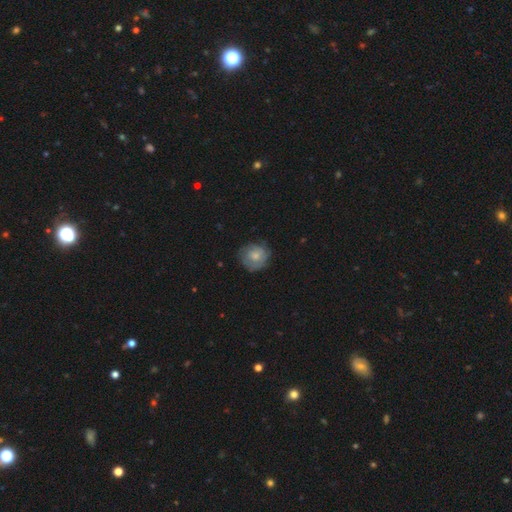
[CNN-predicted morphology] Smooth or featured?
  - smooth: 61% *
  - featured or disk: 32%
  - star or artifact: 7%
How rounded?
  - round: 86% *
  - in between: 13%
  - cigar-shaped: 1%
Merging?
  - none: 73% *
  - minor disturbance: 20%
  - major disturbance: 6%
  - merger: 1%